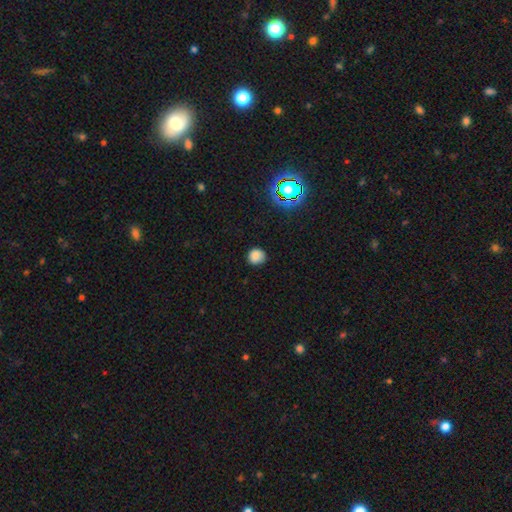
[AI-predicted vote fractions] smooth-or-featured: smooth: 82% | star or artifact: 13% | featured or disk: 5%
  how-rounded: round: 86% | in between: 13% | cigar-shaped: 1%
  merging: none: 81% | minor disturbance: 15% | major disturbance: 3% | merger: 1%